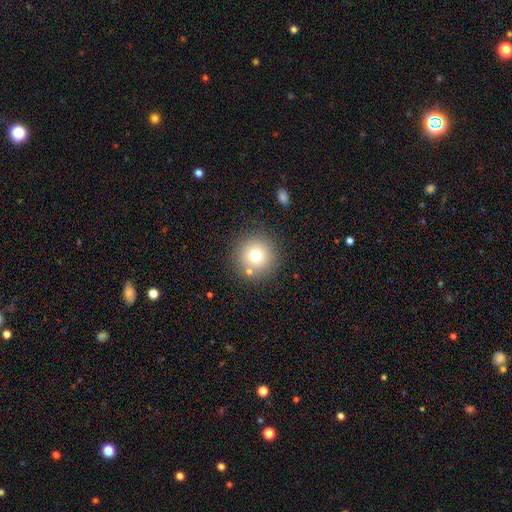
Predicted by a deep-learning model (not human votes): Smooth or featured? smooth (73%)
How rounded? round (95%)
Merging? none (83%)